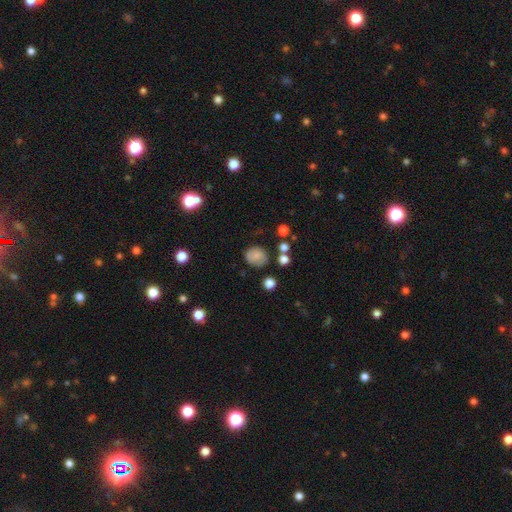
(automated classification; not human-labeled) This is likely a smooth galaxy (75%). How rounded: likely round (69%). Merging: likely none (72%).